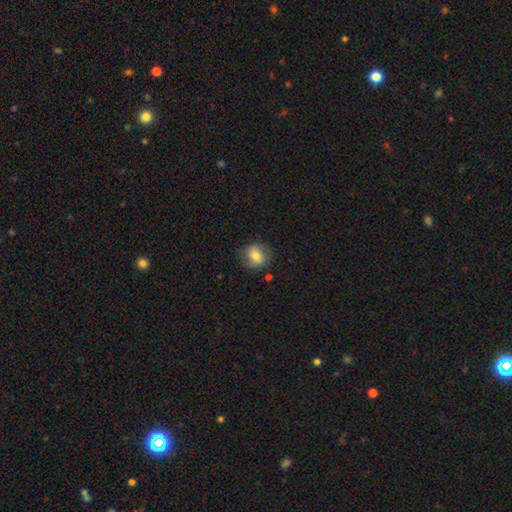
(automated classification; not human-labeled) Q: Smooth or featured?
A: smooth (74%); runner-up: featured or disk (17%)
Q: How rounded?
A: round (68%); runner-up: in between (31%)
Q: Merging?
A: none (78%); runner-up: minor disturbance (15%)